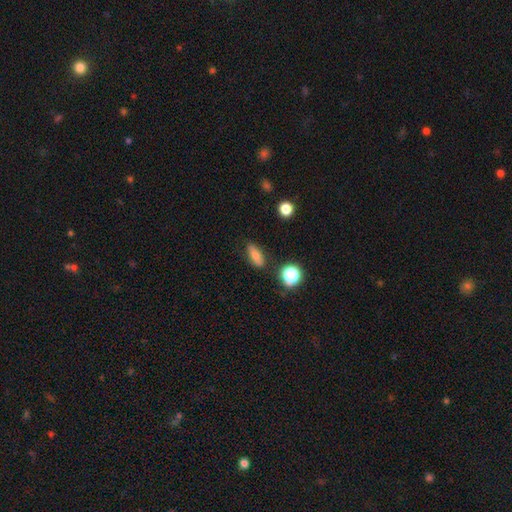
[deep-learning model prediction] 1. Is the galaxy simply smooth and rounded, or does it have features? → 73% smooth, 15% featured or disk, 12% star or artifact.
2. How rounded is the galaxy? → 66% in between, 24% cigar-shaped, 10% round.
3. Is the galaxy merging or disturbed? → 82% none, 12% minor disturbance, 3% major disturbance, 3% merger.